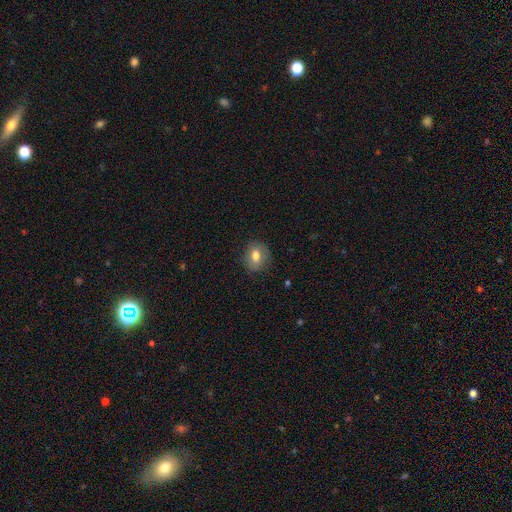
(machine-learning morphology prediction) Smooth or featured? smooth (73%)
How rounded? round (57%)
Merging? none (82%)